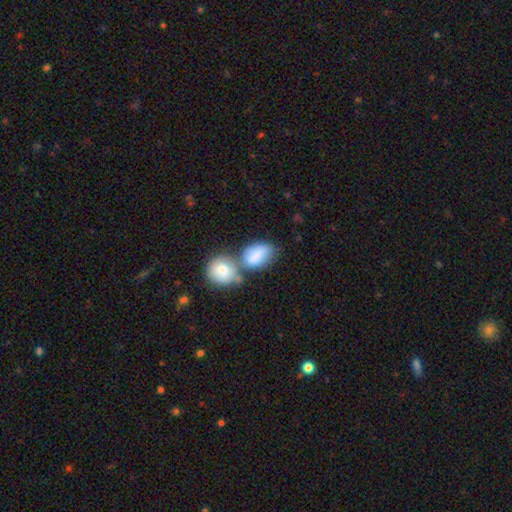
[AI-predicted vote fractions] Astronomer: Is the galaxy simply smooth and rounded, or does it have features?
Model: smooth — 81%.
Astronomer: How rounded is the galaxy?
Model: in between — 82%.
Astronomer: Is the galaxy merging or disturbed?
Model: merger — 54%.